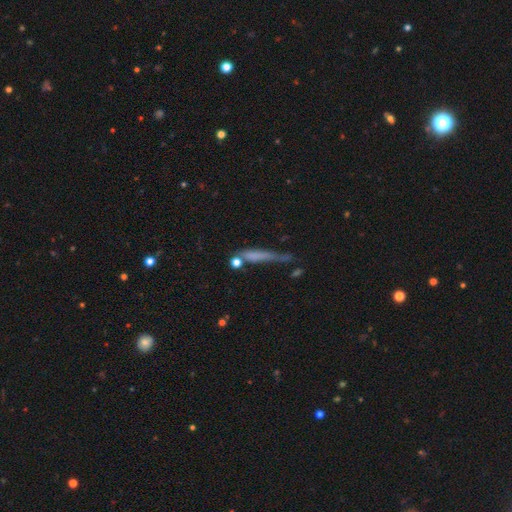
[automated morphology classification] Q: Smooth or featured?
A: smooth (55%); runner-up: featured or disk (31%)
Q: How rounded?
A: cigar-shaped (85%); runner-up: in between (10%)
Q: Merging?
A: none (45%); runner-up: minor disturbance (22%)